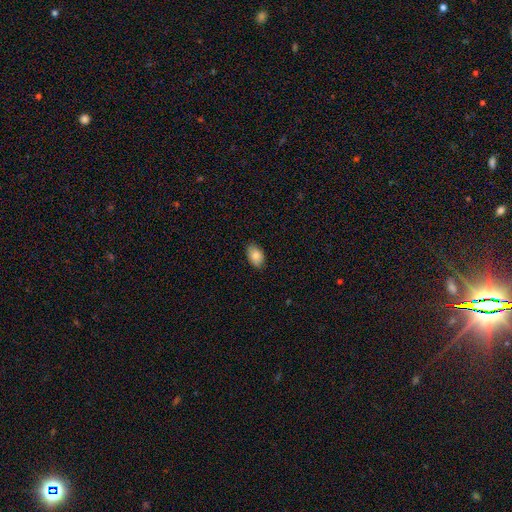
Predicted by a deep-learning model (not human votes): A smooth galaxy with no disk features (84%) that is in between round and cigar-shaped (89%).

Vote fractions:
- Smooth or featured? smooth: 84% / featured or disk: 8% / star or artifact: 7%
- How rounded? in between: 89% / round: 10% / cigar-shaped: 1%
- Merging? none: 84% / minor disturbance: 13% / major disturbance: 2% / merger: 1%